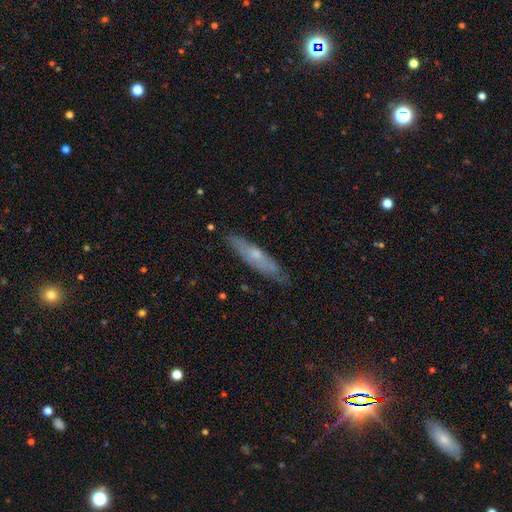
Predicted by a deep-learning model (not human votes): Smooth or featured: featured or disk — 56% (smooth — 37%)
Edge-on disk: yes — 62% (no — 38%)
Merging: none — 78% (minor disturbance — 17%)